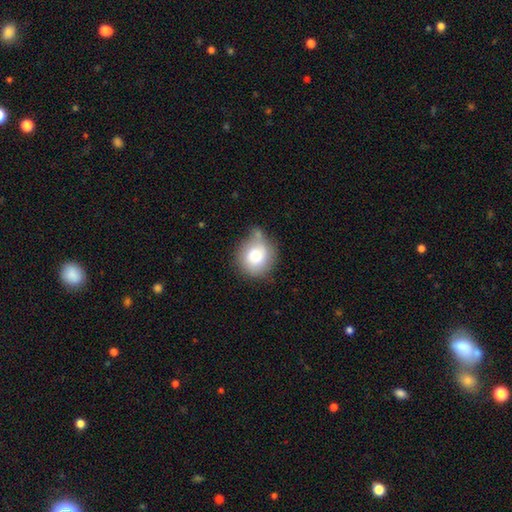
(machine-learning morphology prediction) Smooth or featured? smooth (77%)
How rounded? round (85%)
Merging? none (58%)